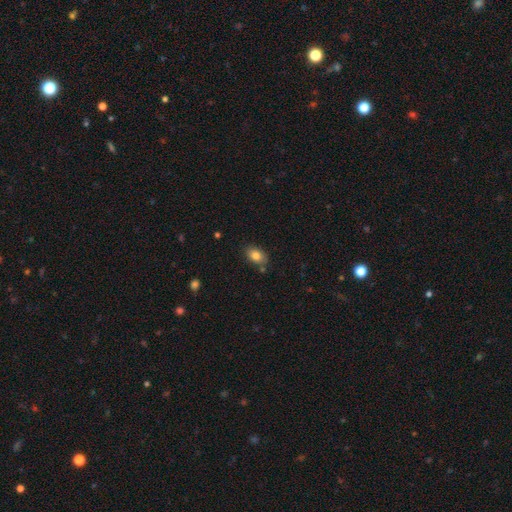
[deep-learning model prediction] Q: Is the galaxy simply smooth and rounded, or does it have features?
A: smooth — 82%.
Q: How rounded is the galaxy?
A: in between — 85%.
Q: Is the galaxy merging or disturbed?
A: none — 78%.